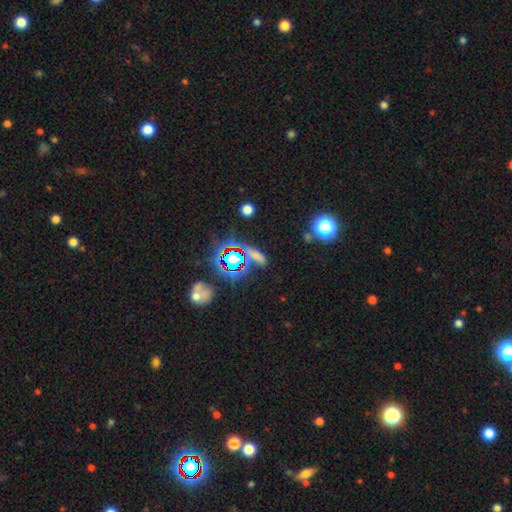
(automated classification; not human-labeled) A smooth galaxy with no disk features (46%). Merging: none (70%).